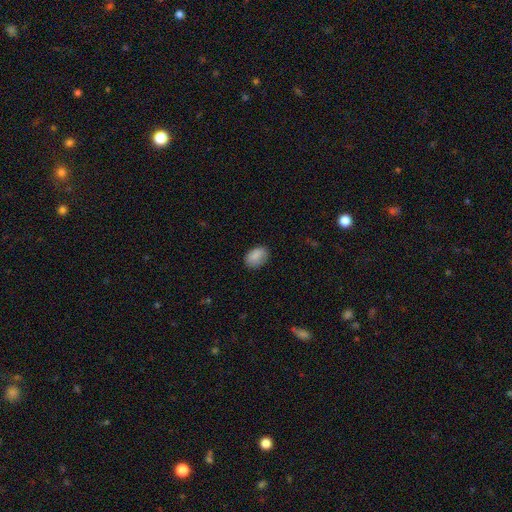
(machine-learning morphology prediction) This appears to be a smooth galaxy with no disk features (88%) that is in between round and cigar-shaped (84%). Merging: none (80%).